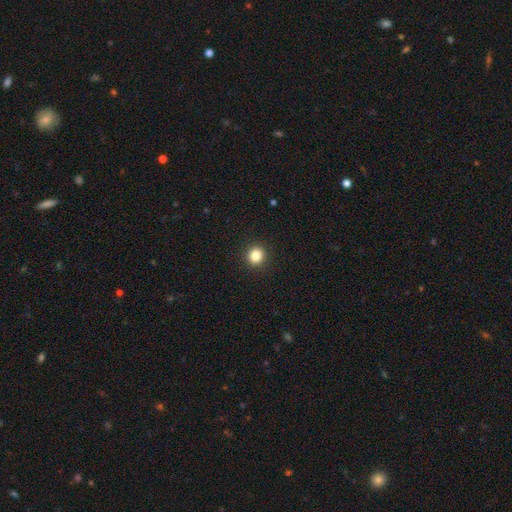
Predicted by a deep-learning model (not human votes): A smooth galaxy with no disk features (84%) that is round (89%).

Vote fractions:
- Smooth or featured? smooth: 84% / star or artifact: 11% / featured or disk: 5%
- How rounded? round: 89% / in between: 11% / cigar-shaped: 1%
- Merging? none: 92% / minor disturbance: 5% / major disturbance: 2% / merger: 1%